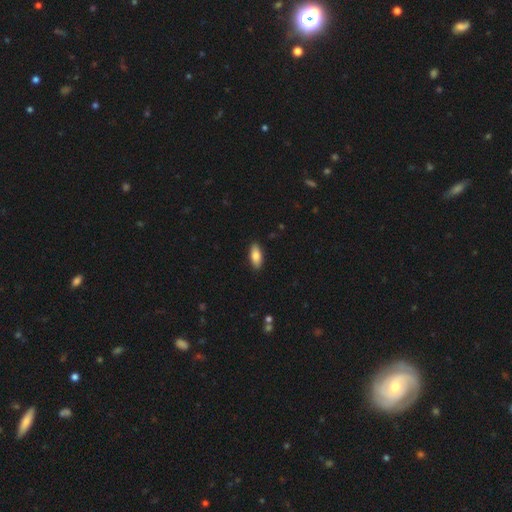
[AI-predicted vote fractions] Smooth or featured: smooth — 83% (featured or disk — 11%)
How rounded: in between — 83% (cigar-shaped — 15%)
Merging: none — 89% (minor disturbance — 8%)